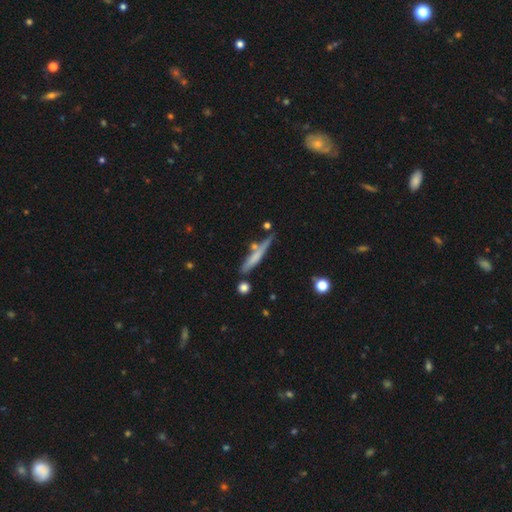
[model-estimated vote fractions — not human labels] Morphology: type=smooth (55%); roundness=cigar-shaped (92%); merging=none (63%).